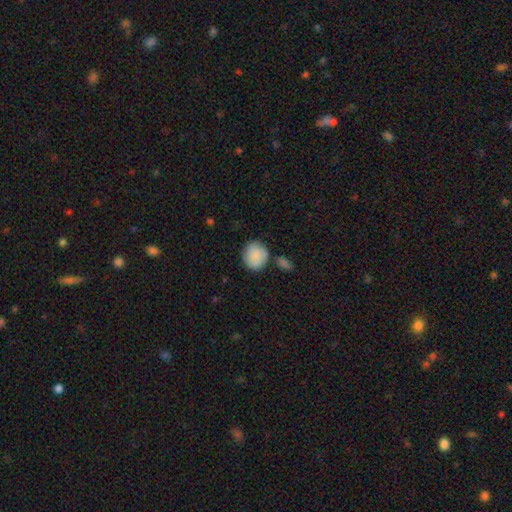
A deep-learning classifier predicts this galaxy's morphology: Smooth or featured?
  - smooth: 84% *
  - featured or disk: 10%
  - star or artifact: 6%
How rounded?
  - round: 79% *
  - in between: 20%
  - cigar-shaped: 1%
Merging?
  - none: 68% *
  - minor disturbance: 17%
  - merger: 10%
  - major disturbance: 5%